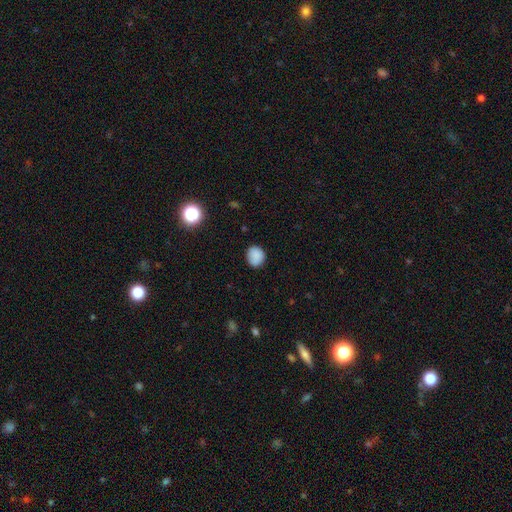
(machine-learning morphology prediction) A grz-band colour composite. It shows a smooth galaxy with no disk features (86%) that is round (76%). Merging: none (83%).